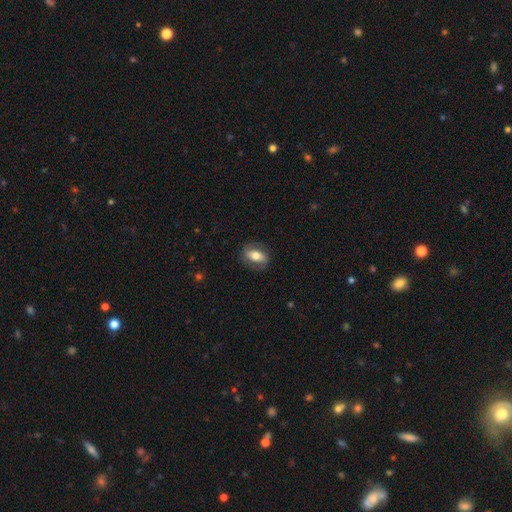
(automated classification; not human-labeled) Smooth or featured? smooth (53%)
How rounded? in between (80%)
Merging? none (79%)